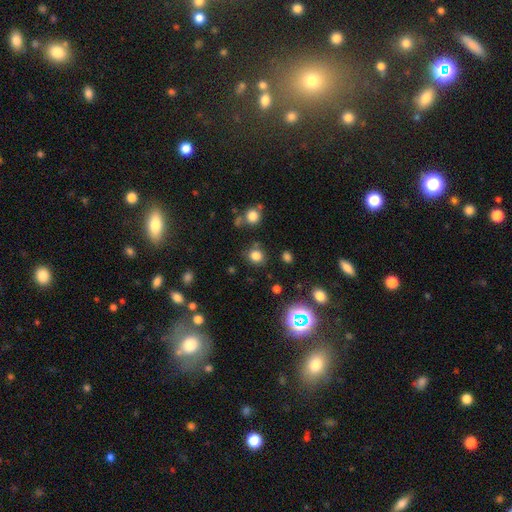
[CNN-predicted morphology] Smooth or featured? smooth (78%)
How rounded? round (81%)
Merging? none (80%)